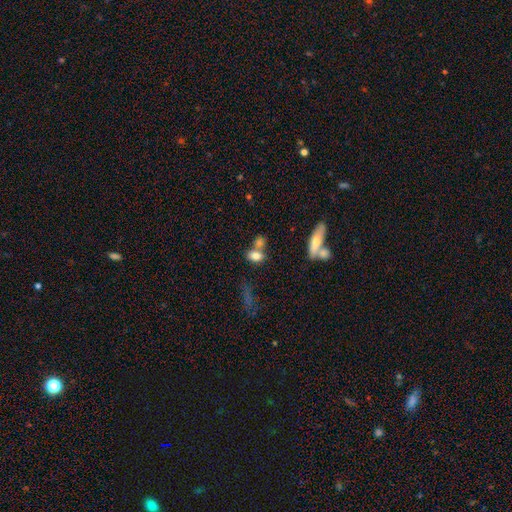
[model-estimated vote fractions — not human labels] smooth_or_featured: smooth (p=0.77) [alt: featured or disk p=0.14]
how_rounded: in between (p=0.80) [alt: round p=0.15]
merging: merger (p=0.46) [alt: none p=0.37]